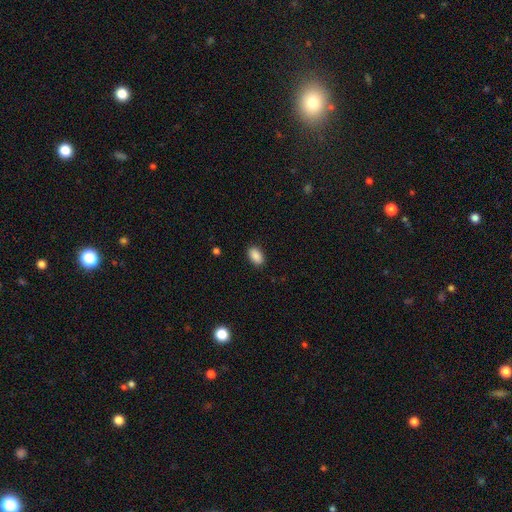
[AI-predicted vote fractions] Smooth or featured? Predicted: smooth (p=0.89). How rounded? Predicted: in between (p=0.92). Merging? Predicted: none (p=0.88).